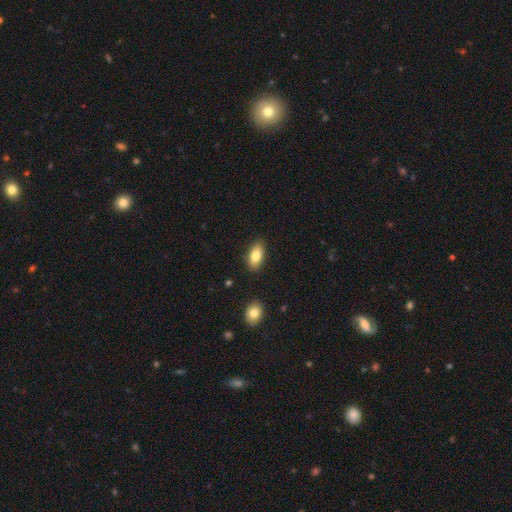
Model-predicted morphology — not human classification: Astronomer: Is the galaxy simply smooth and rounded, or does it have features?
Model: smooth — 82%.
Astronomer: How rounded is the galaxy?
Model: in between — 90%.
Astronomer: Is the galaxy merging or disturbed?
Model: none — 87%.